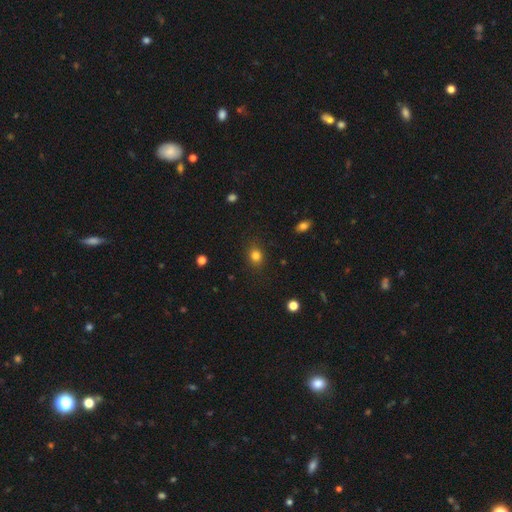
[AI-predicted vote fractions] Smooth or featured? Predicted: smooth (p=0.82). How rounded? Predicted: round (p=0.60). Merging? Predicted: none (p=0.85).